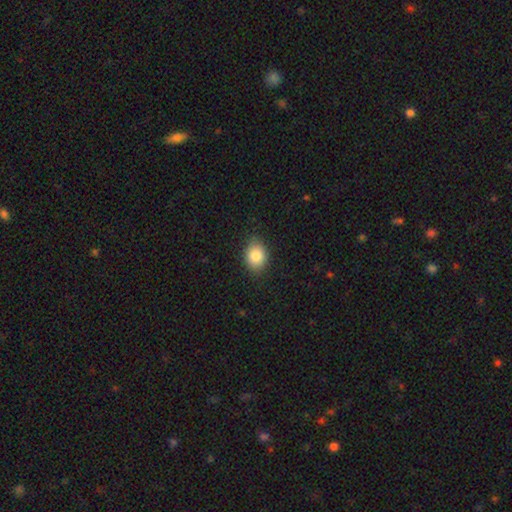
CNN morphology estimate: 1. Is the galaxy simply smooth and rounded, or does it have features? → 85% smooth, 9% star or artifact, 7% featured or disk.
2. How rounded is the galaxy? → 60% in between, 39% round, 1% cigar-shaped.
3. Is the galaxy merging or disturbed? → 84% none, 12% minor disturbance, 3% major disturbance, 1% merger.